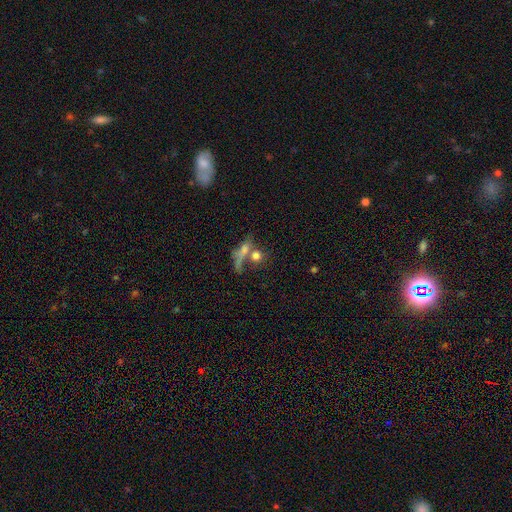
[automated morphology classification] A smooth galaxy with no disk features (68%) that is round (67%).

Vote fractions:
- Smooth or featured? smooth: 68% / featured or disk: 20% / star or artifact: 13%
- How rounded? round: 67% / in between: 25% / cigar-shaped: 8%
- Merging? merger: 46% / none: 32% / major disturbance: 13% / minor disturbance: 9%